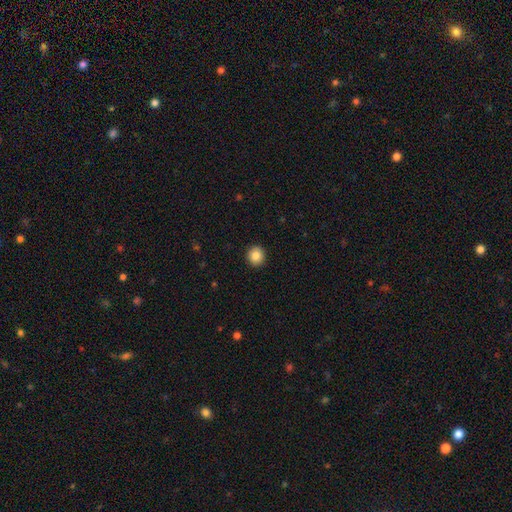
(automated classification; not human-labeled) Overall: smooth (85%). How rounded: round (92%). Merging: none (93%).